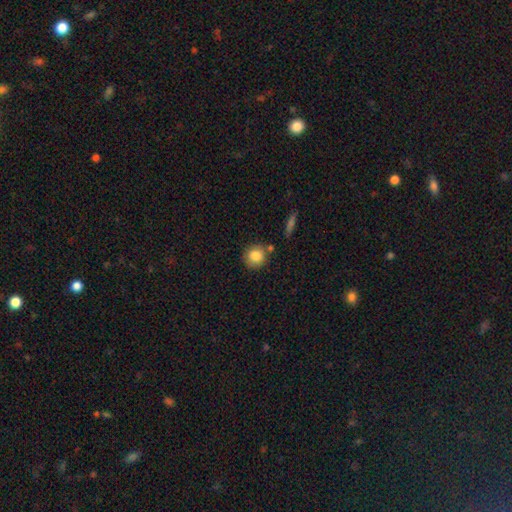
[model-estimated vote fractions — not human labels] Overall: smooth (83%). How rounded: round (89%). Merging: none (76%).